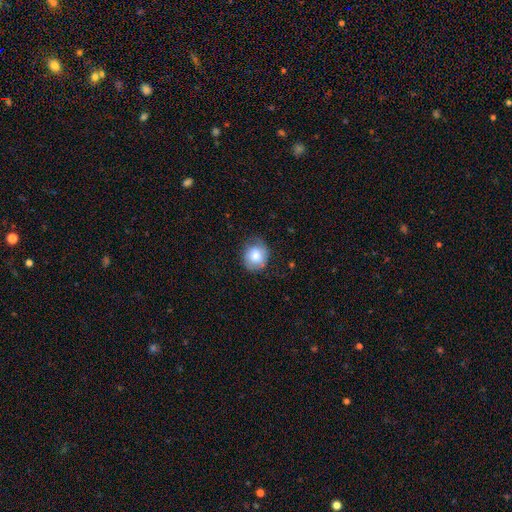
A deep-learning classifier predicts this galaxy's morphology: smooth 75%, featured or disk 17%, star or artifact 8%. Down the decision tree: how rounded — round (76%); merging — none (68%).